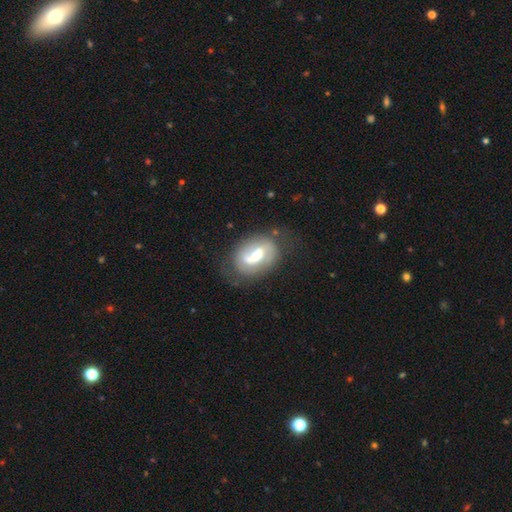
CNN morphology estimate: This is likely a featured or disk galaxy (71%). It is clearly not viewed edge-on (96%). Bar: possibly weak (46%). Spiral arm pattern: likely yes (80%). Spiral arm count: likely 2 (71%). Spiral winding: marginally medium (41%). Central bulge: possibly moderate (52%). Merging: likely none (63%).